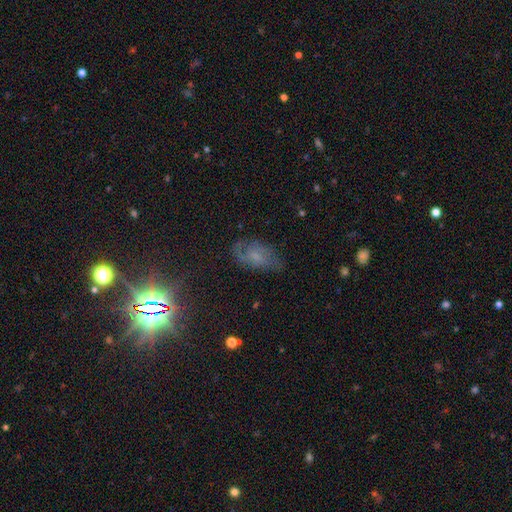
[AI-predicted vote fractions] A featured or disk galaxy (44%).

Vote fractions:
- Smooth or featured? featured or disk: 44% / smooth: 37% / star or artifact: 18%
- Merging? none: 60% / minor disturbance: 25% / major disturbance: 13% / merger: 2%